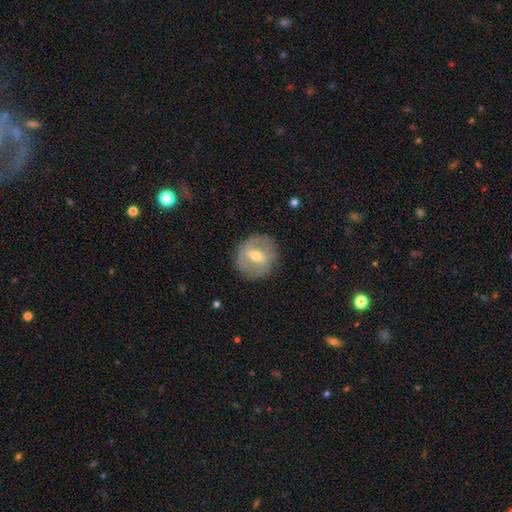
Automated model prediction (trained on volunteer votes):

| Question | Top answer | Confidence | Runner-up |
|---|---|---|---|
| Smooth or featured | featured or disk | 70% | smooth (23%) |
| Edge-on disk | no | 94% | yes (6%) |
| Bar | weak | 46% | strong (39%) |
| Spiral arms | yes | 70% | no (30%) |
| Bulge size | moderate | 61% | small (35%) |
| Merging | none | 82% | minor disturbance (12%) |